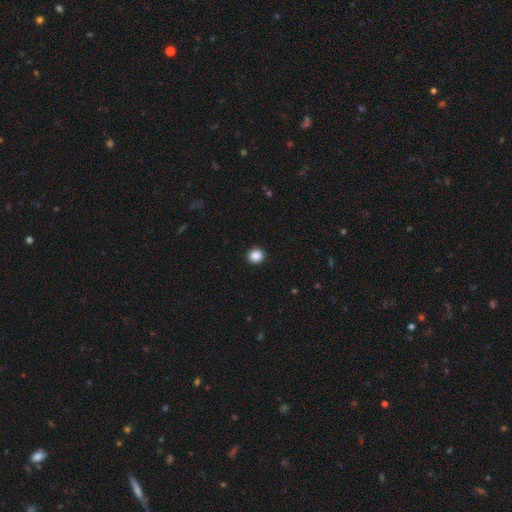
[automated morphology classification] This appears to be a smooth galaxy with no disk features (88%) that is round (91%). Merging: none (92%).